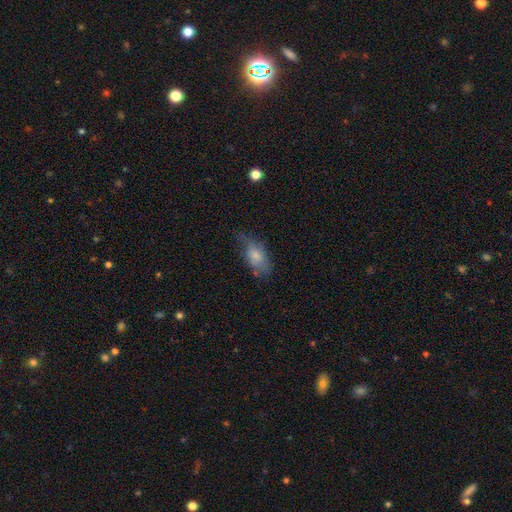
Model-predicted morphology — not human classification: smooth 70%, featured or disk 22%, star or artifact 8%. Down the decision tree: how rounded — in between (89%); merging — none (45%).